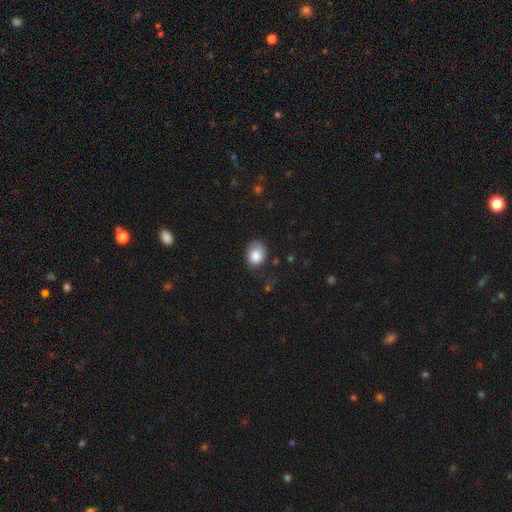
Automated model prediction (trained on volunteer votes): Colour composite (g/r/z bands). It shows a smooth galaxy with no disk features (82%) that is in between round and cigar-shaped (52%). Merging: none (60%).